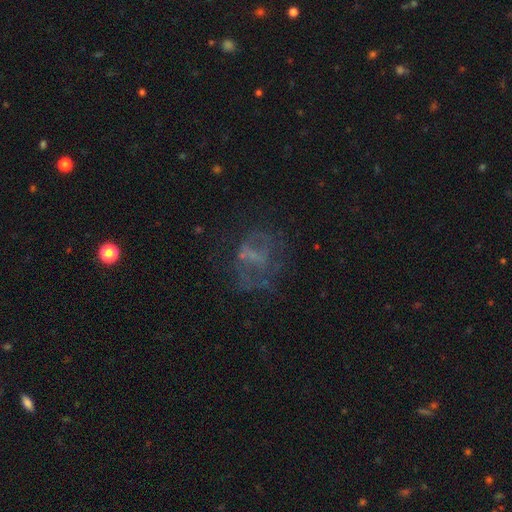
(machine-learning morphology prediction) A featured or disk galaxy (53%) with no bar (65%), no spiral arms (75%) and no central bulge (59%).

Vote fractions:
- Smooth or featured? featured or disk: 53% / smooth: 25% / star or artifact: 22%
- Edge-on disk? no: 97% / yes: 3%
- Bar? no: 65% / weak: 26% / strong: 9%
- Spiral arms? no: 75% / yes: 25%
- Bulge size? none: 59% / small: 27% / moderate: 11% / large: 2% / dominant: 1%
- Merging? none: 52% / major disturbance: 28% / minor disturbance: 17% / merger: 4%